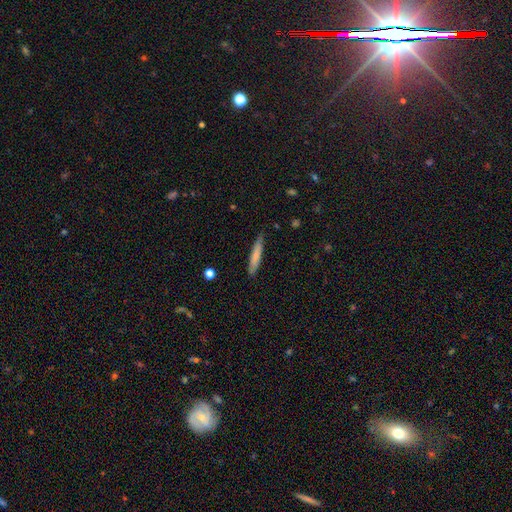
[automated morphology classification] type=smooth (76%); roundness=cigar-shaped (91%); merging=none (81%).